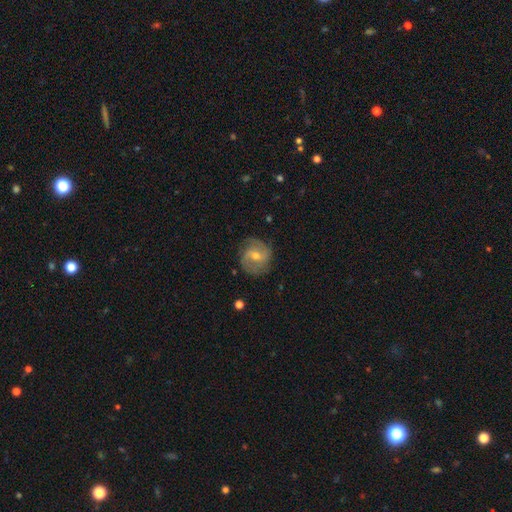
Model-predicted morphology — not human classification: The model was most divided on "bulge size": moderate: 54%, small: 42%, large: 2%, none: 1%, dominant: 1%. Remaining: edge-on disk — no (97%); spiral arms — yes (90%); merging — none (78%); smooth or featured — featured or disk (74%); spiral arm count — 2 (65%); bar — weak (51%); spiral winding — medium (45%).